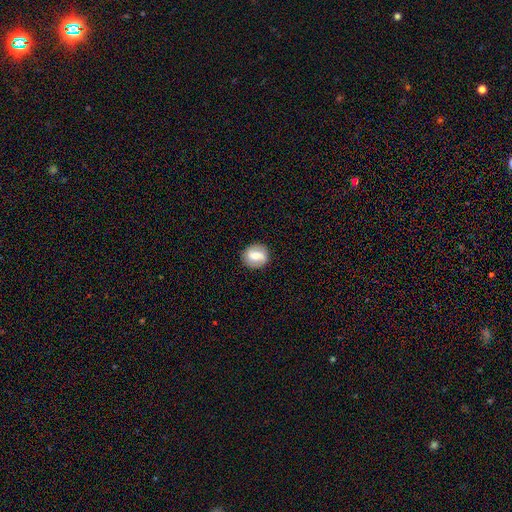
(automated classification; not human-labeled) A smooth galaxy with no disk features (53%) that is round (77%).

Vote fractions:
- Smooth or featured? smooth: 53% / featured or disk: 39% / star or artifact: 8%
- How rounded? round: 77% / in between: 21% / cigar-shaped: 1%
- Merging? none: 87% / minor disturbance: 9% / major disturbance: 3% / merger: 1%